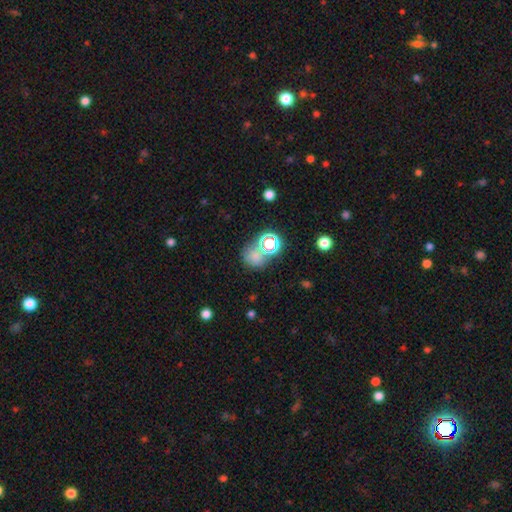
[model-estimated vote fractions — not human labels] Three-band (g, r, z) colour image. It shows a smooth galaxy with no disk features (60%) that is round (72%). Merging: none (59%).